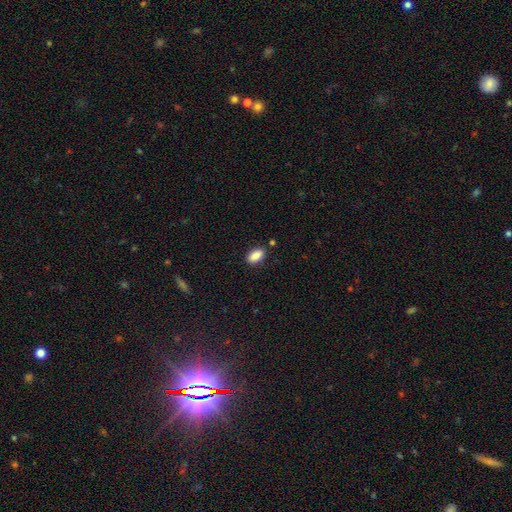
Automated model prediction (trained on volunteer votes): The model was most divided on "merging": none: 86%, minor disturbance: 10%, merger: 2%, major disturbance: 2%. More confident: how rounded — in between (90%); smooth or featured — smooth (88%).